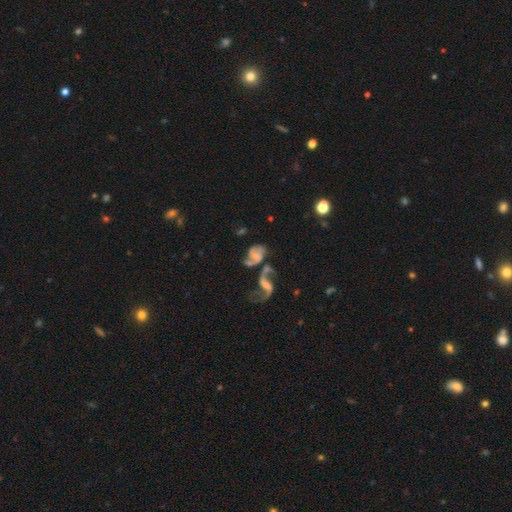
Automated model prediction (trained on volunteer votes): featured or disk 70%, smooth 20%, star or artifact 10%. Down the decision tree: edge-on disk — no (97%); bar — no (53%); spiral arms — yes (85%); spiral arm count — 2 (76%); spiral winding — loose (69%); bulge size — small (46%); merging — merger (41%).